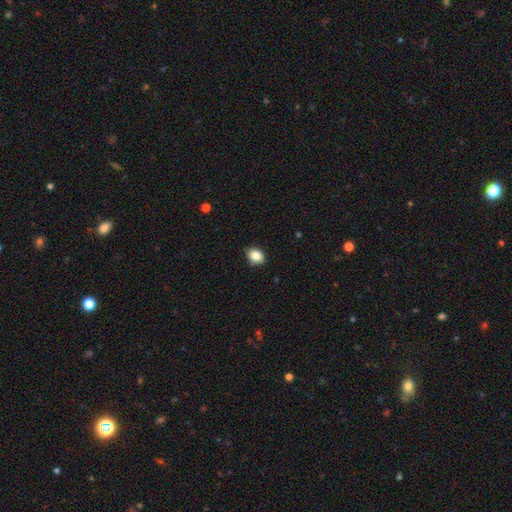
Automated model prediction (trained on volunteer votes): Morphology: type=smooth (86%); roundness=in between (69%); merging=none (83%).